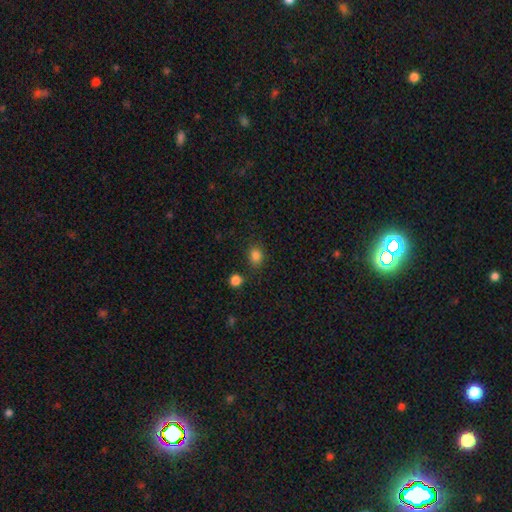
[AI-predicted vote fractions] smooth 84%, star or artifact 12%, featured or disk 4%. Down the decision tree: how rounded — round (52%); merging — none (76%).